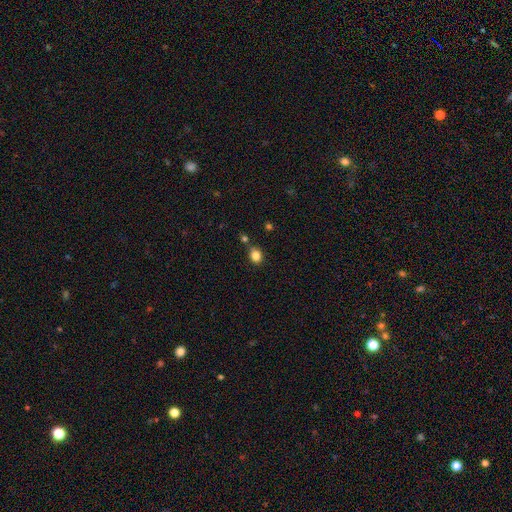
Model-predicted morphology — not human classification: Overall: smooth (84%). How rounded: round (64%; in between 35%). Merging: none (71%).